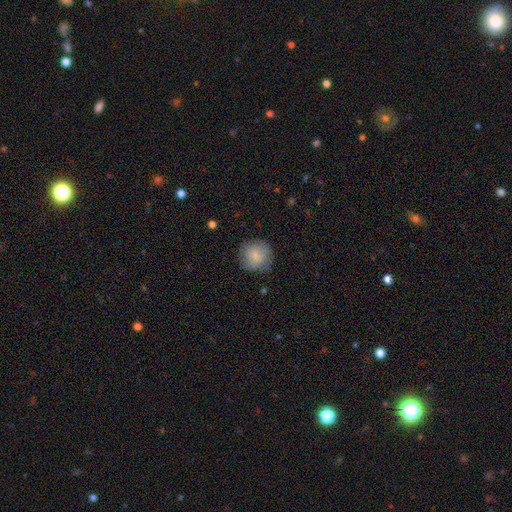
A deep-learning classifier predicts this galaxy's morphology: Smooth or featured?
  - smooth: 82% *
  - featured or disk: 11%
  - star or artifact: 7%
How rounded?
  - round: 91% *
  - in between: 8%
  - cigar-shaped: 1%
Merging?
  - none: 78% *
  - minor disturbance: 16%
  - major disturbance: 4%
  - merger: 1%